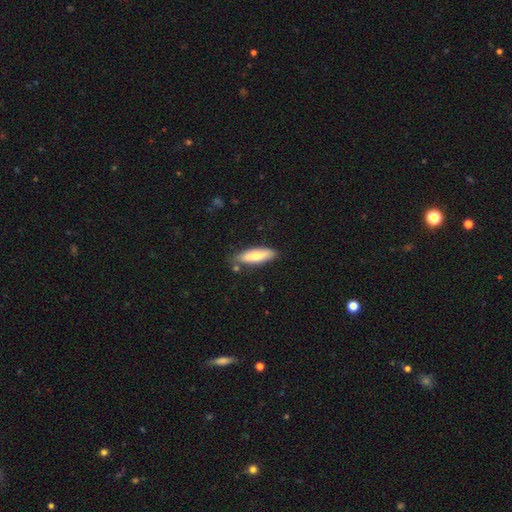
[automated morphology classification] This is likely a smooth galaxy (67%). How rounded: possibly cigar-shaped (50%). Merging: likely none (78%).